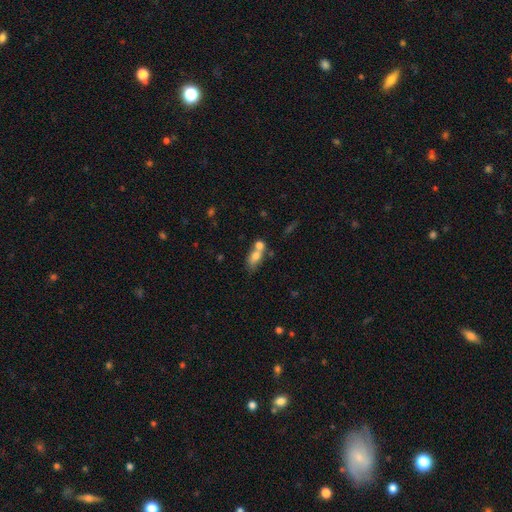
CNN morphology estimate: Smooth or featured? Predicted: smooth (p=0.73). How rounded? Predicted: in between (p=0.74). Merging? Predicted: merger (p=0.54).